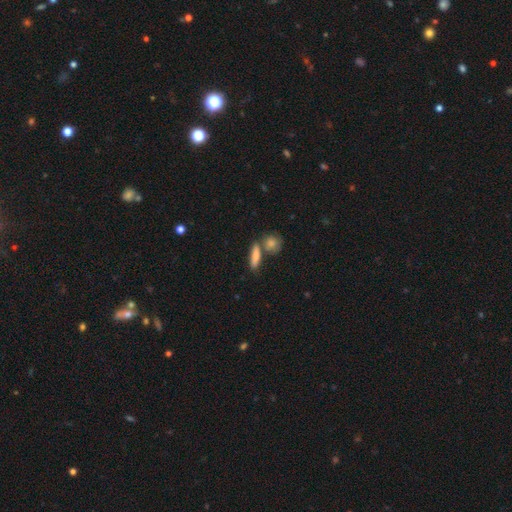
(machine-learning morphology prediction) Q: Smooth or featured?
A: smooth (79%); runner-up: featured or disk (14%)
Q: How rounded?
A: cigar-shaped (57%); runner-up: in between (37%)
Q: Merging?
A: none (60%); runner-up: merger (24%)